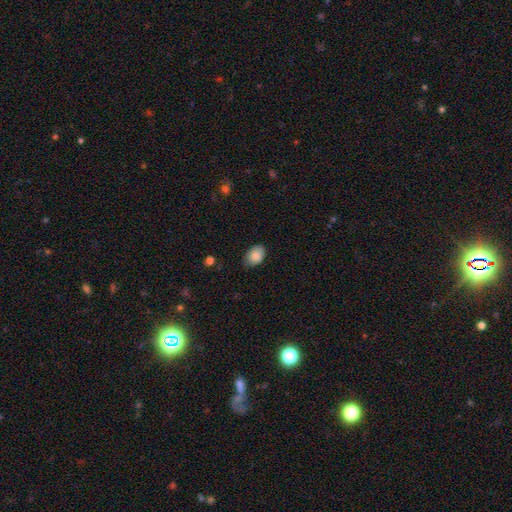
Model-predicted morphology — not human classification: smooth-or-featured: smooth: 86% | star or artifact: 7% | featured or disk: 7%
  how-rounded: in between: 84% | round: 15% | cigar-shaped: 1%
  merging: none: 77% | minor disturbance: 19% | major disturbance: 3% | merger: 1%